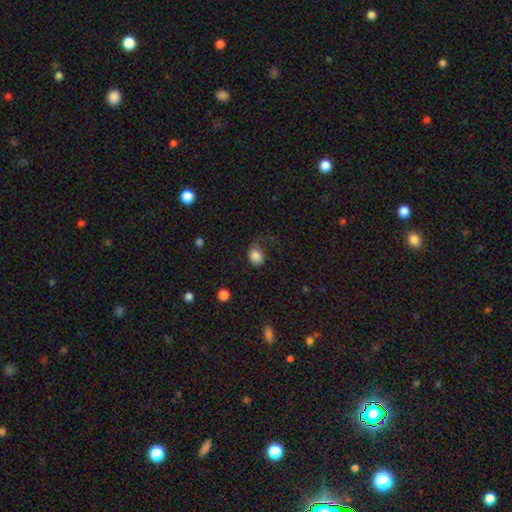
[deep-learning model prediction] Smooth or featured: smooth — 84% (star or artifact — 9%)
How rounded: in between — 54% (round — 45%)
Merging: none — 52% (minor disturbance — 24%)